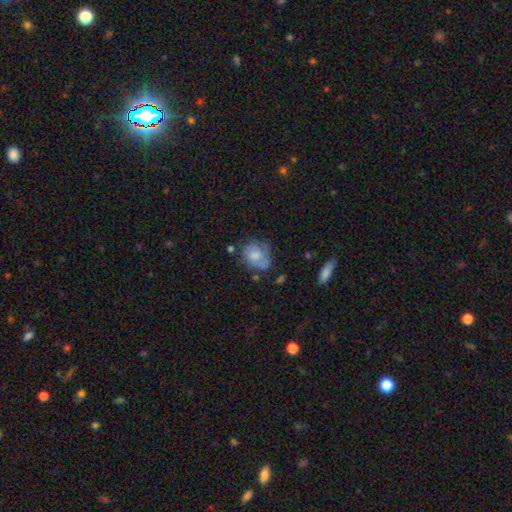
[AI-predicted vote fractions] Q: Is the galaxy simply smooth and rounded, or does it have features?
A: smooth — 48%.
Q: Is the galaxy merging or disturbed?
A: none — 42%.